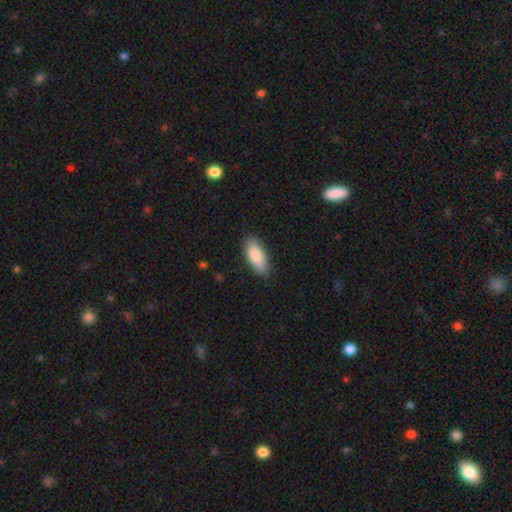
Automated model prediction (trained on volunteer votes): Smooth or featured? Predicted: smooth (p=0.86). How rounded? Predicted: in between (p=0.82). Merging? Predicted: none (p=0.87).